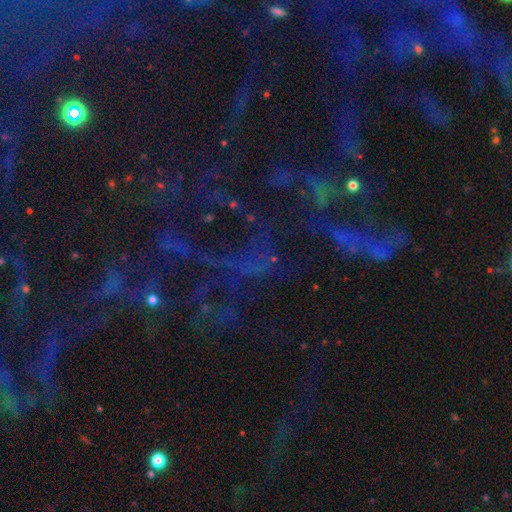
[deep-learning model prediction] A star or artifact, not a galaxy (73%).